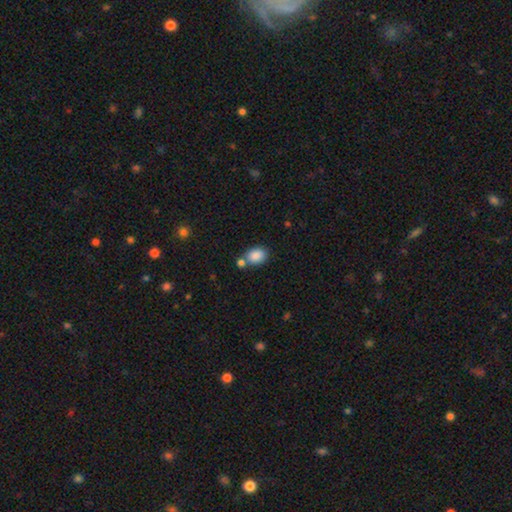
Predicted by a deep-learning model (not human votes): A smooth galaxy with no disk features (87%) that is in between round and cigar-shaped (65%). Merging: none (63%).